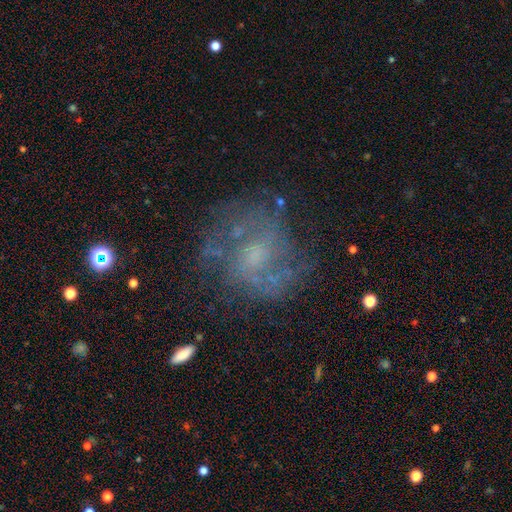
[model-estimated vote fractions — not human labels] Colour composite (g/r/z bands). It shows a featured or disk galaxy (66%) with no bar (64%), spiral arms (73%) and a small central bulge (36%). Merging: none (66%).